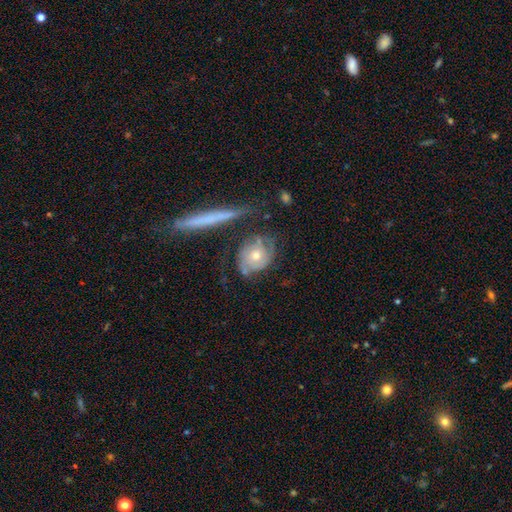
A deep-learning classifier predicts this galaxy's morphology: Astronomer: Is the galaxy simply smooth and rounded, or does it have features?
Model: featured or disk — 65%.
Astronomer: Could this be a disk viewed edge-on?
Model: no — 92%.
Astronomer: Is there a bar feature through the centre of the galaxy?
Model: no — 81%.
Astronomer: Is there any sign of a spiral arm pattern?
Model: yes — 83%.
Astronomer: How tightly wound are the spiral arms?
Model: tight — 56% (runner-up: medium, 33%).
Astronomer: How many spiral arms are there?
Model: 2 — 38% (runner-up: can't tell, 35%).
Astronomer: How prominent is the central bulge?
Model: moderate — 66%.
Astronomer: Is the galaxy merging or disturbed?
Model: none — 59%.